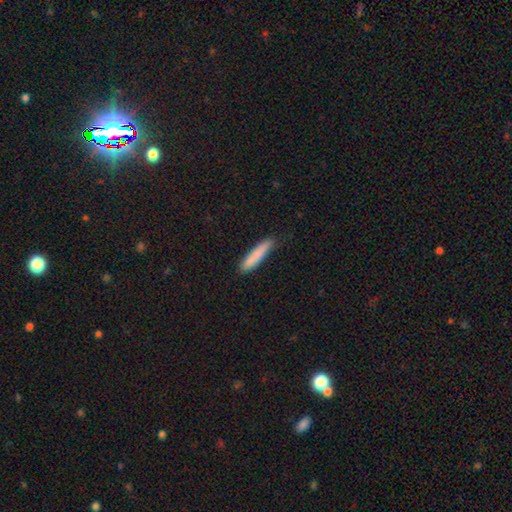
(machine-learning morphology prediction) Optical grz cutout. It shows a smooth galaxy with no disk features (83%) that is cigar-shaped (89%). Merging: none (81%).